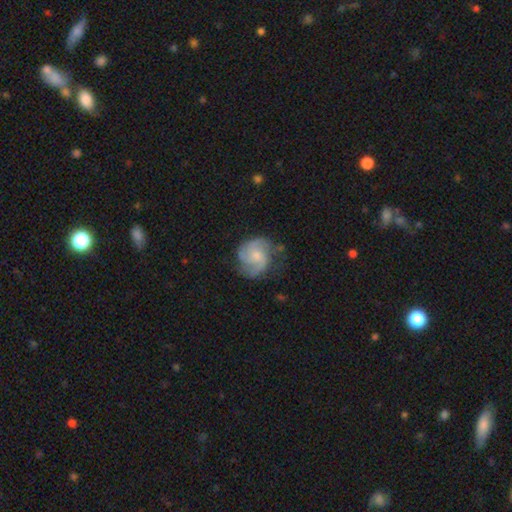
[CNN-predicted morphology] Smooth or featured: featured or disk — 77% (smooth — 17%)
Edge-on disk: no — 98% (yes — 2%)
Bar: no — 67% (weak — 29%)
Spiral arms: yes — 95% (no — 5%)
Spiral winding: medium — 48% (tight — 36%)
Spiral arm count: 3 — 39% (2 — 35%)
Bulge size: small — 44% (moderate — 39%)
Merging: none — 67% (minor disturbance — 21%)